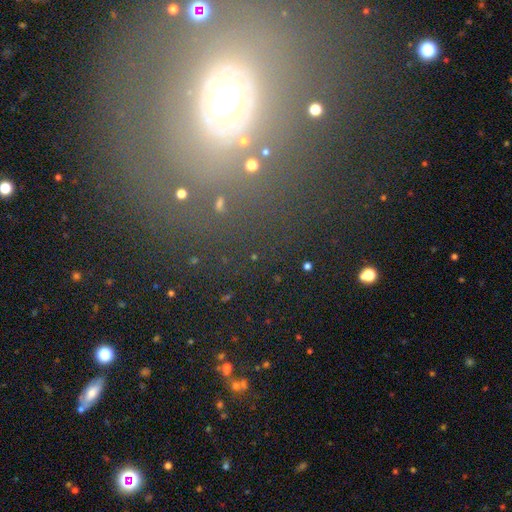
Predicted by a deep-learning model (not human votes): Overall: star or artifact (52%; featured or disk 25%).